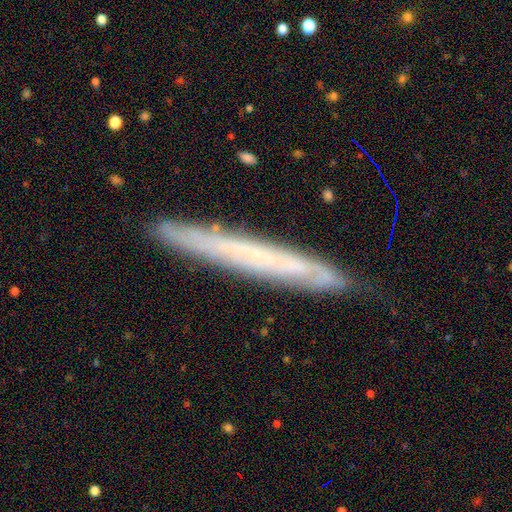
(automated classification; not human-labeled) Morphology: type=featured or disk (58%); edge-on=yes (85%); merging=none (84%).